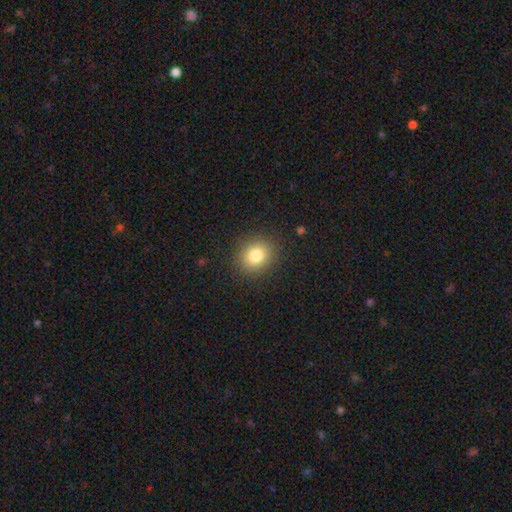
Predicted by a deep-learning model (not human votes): Smooth or featured? Predicted: smooth (p=0.81). How rounded? Predicted: round (p=0.67). Merging? Predicted: none (p=0.88).